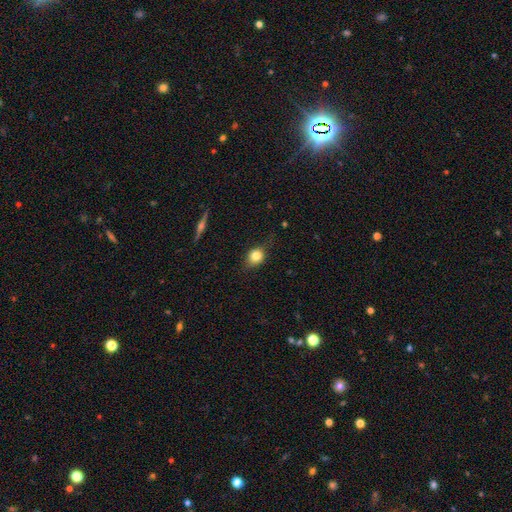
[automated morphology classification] smooth_or_featured: smooth (p=0.76) [alt: featured or disk p=0.14]
how_rounded: round (p=0.62) [alt: in between p=0.36]
merging: none (p=0.72) [alt: minor disturbance p=0.21]